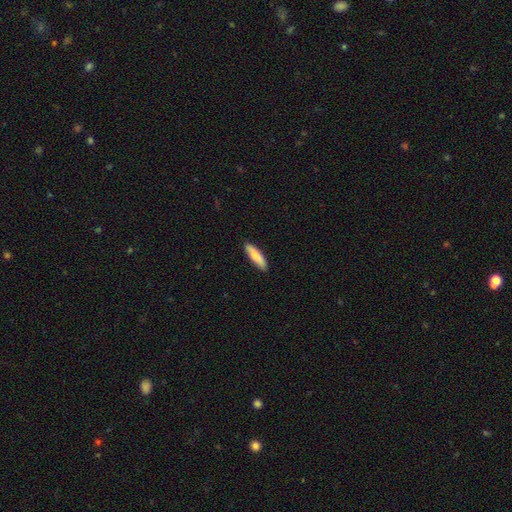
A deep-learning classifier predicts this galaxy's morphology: Q: Smooth or featured?
A: smooth (82%); runner-up: featured or disk (12%)
Q: How rounded?
A: cigar-shaped (70%); runner-up: in between (29%)
Q: Merging?
A: none (89%); runner-up: minor disturbance (9%)